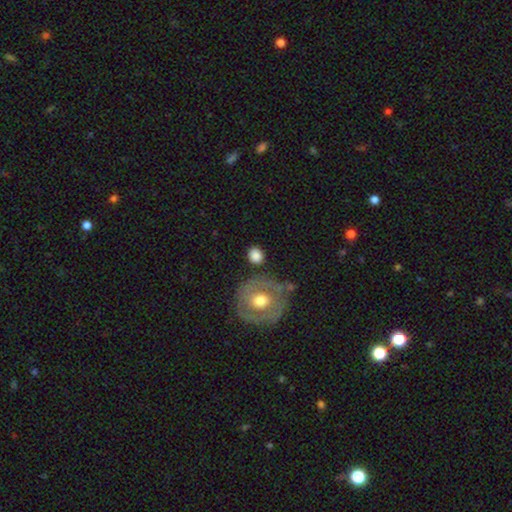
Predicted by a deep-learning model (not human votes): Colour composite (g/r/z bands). It shows a smooth galaxy with no disk features (81%) that is round (78%). Merging: none (78%).